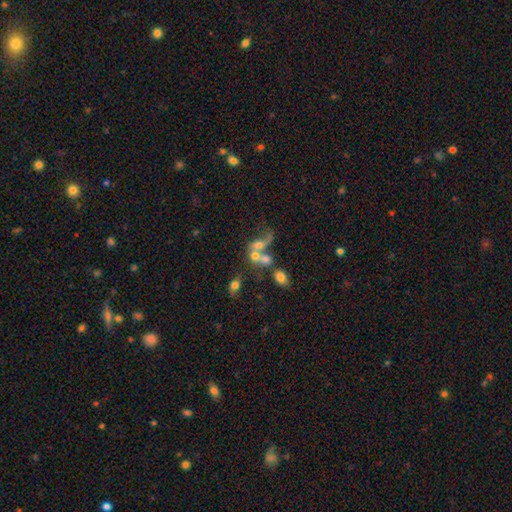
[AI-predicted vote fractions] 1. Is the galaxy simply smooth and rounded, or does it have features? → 46% smooth, 38% featured or disk, 16% star or artifact.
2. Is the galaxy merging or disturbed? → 63% merger, 16% major disturbance, 14% none, 7% minor disturbance.